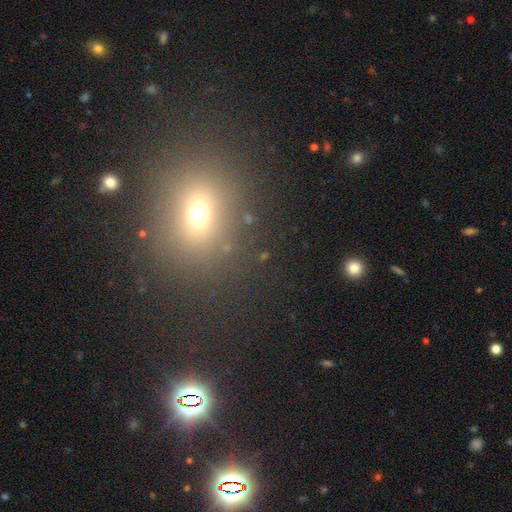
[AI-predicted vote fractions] Smooth or featured? Predicted: smooth (p=0.57). How rounded? Predicted: round (p=0.49, tied with in between). Merging? Predicted: none (p=0.85).